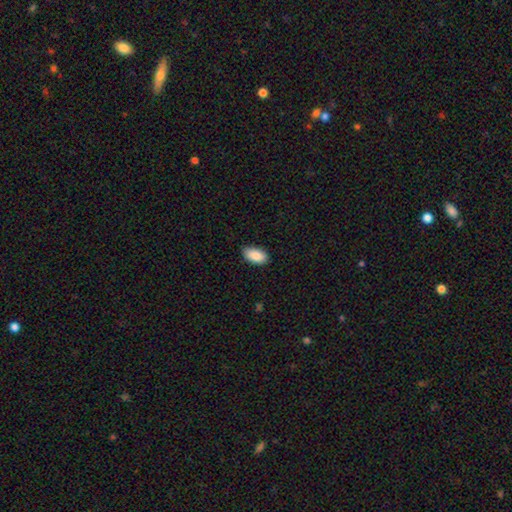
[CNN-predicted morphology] smooth-or-featured: smooth: 89% | star or artifact: 7% | featured or disk: 5%
  how-rounded: in between: 94% | round: 3% | cigar-shaped: 2%
  merging: none: 83% | minor disturbance: 14% | major disturbance: 2% | merger: 1%